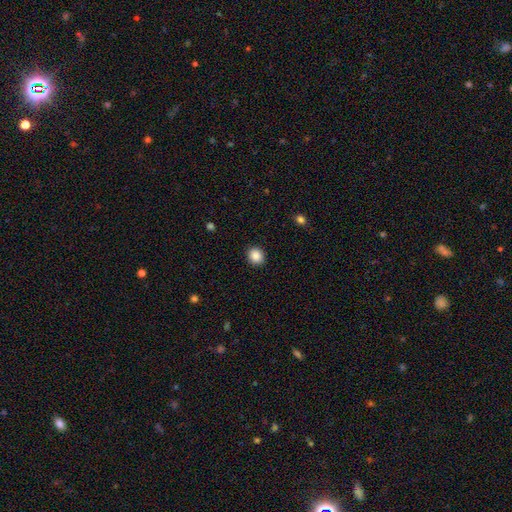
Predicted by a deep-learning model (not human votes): smooth 88%, star or artifact 9%, featured or disk 3%. Down the decision tree: how rounded — round (73%); merging — none (91%).